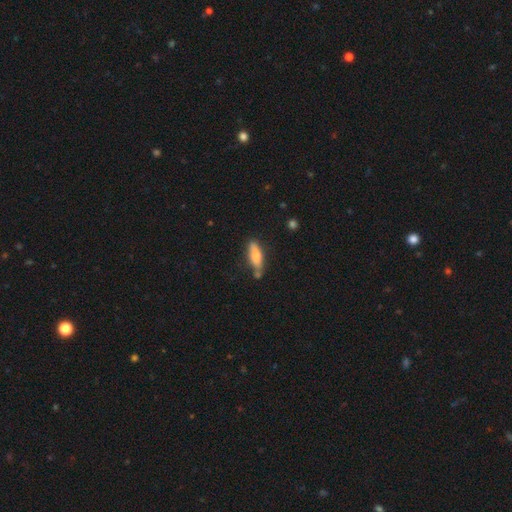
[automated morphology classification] This appears to be a smooth galaxy with no disk features (73%) that is in between round and cigar-shaped (50%). Merging: none (68%).